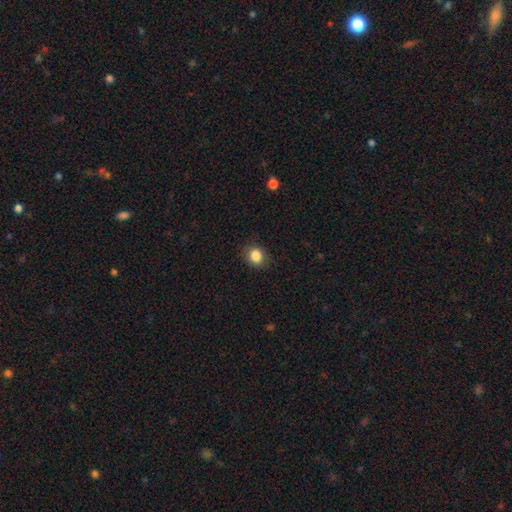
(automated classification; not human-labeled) smooth-or-featured: smooth: 86% | star or artifact: 10% | featured or disk: 4%
  how-rounded: round: 72% | in between: 27% | cigar-shaped: 1%
  merging: none: 85% | minor disturbance: 11% | major disturbance: 3% | merger: 1%